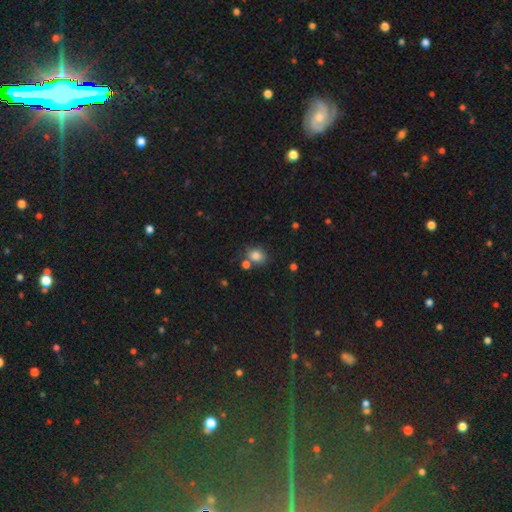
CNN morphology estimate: type=smooth (82%); roundness=round (61%); merging=none (65%).